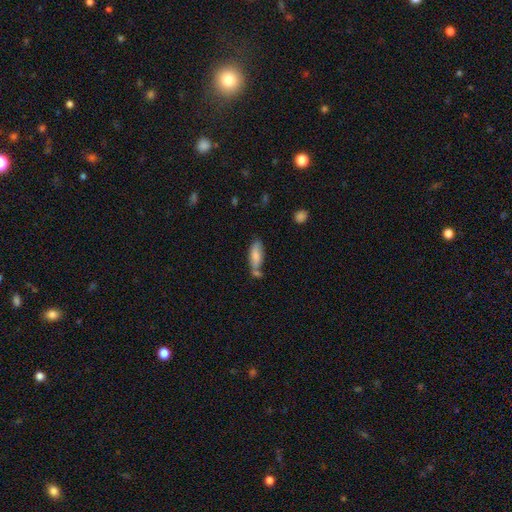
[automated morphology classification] smooth-or-featured: smooth: 77% | featured or disk: 17% | star or artifact: 7%
  how-rounded: in between: 66% | cigar-shaped: 32% | round: 2%
  merging: none: 49% | merger: 25% | minor disturbance: 20% | major disturbance: 6%